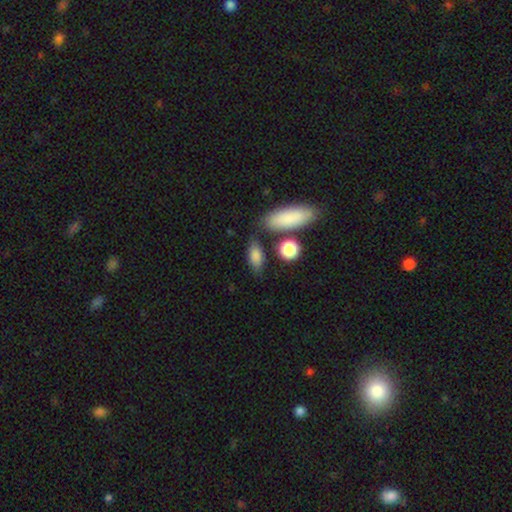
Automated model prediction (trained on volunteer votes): smooth 83%, featured or disk 10%, star or artifact 7%. Down the decision tree: how rounded — in between (79%); merging — none (69%).